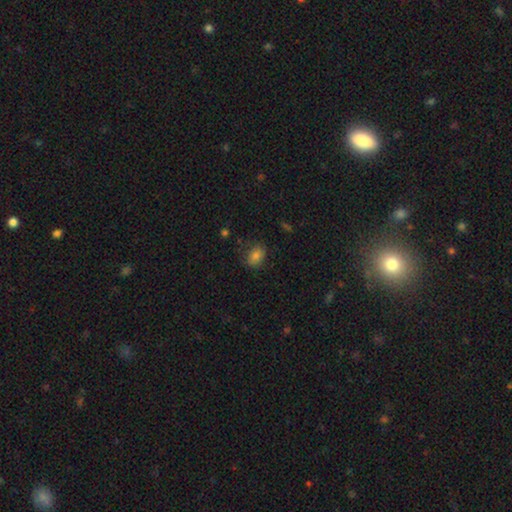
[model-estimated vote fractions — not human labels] smooth_or_featured: smooth (p=0.79) [alt: star or artifact p=0.11]
how_rounded: in between (p=0.63) [alt: round p=0.36]
merging: none (p=0.76) [alt: minor disturbance p=0.18]